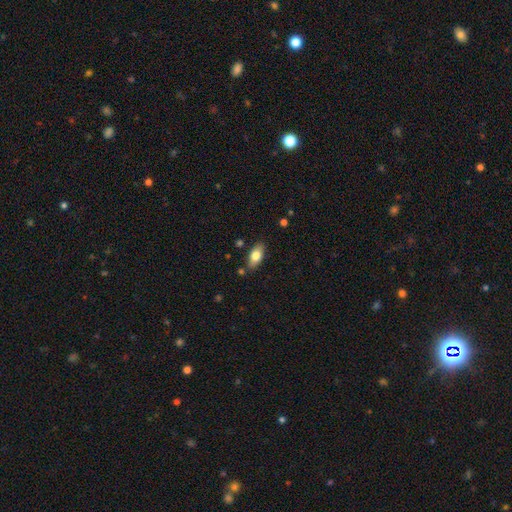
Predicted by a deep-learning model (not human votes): Smooth or featured? Predicted: smooth (p=0.78). How rounded? Predicted: in between (p=0.89). Merging? Predicted: none (p=0.81).